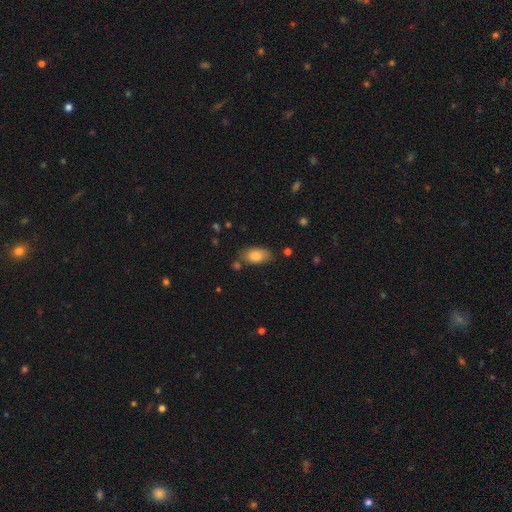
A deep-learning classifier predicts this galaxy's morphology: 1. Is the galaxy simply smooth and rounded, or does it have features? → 83% smooth, 10% featured or disk, 7% star or artifact.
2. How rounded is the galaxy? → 92% in between, 6% round, 3% cigar-shaped.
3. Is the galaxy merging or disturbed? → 71% none, 19% minor disturbance, 5% merger, 4% major disturbance.